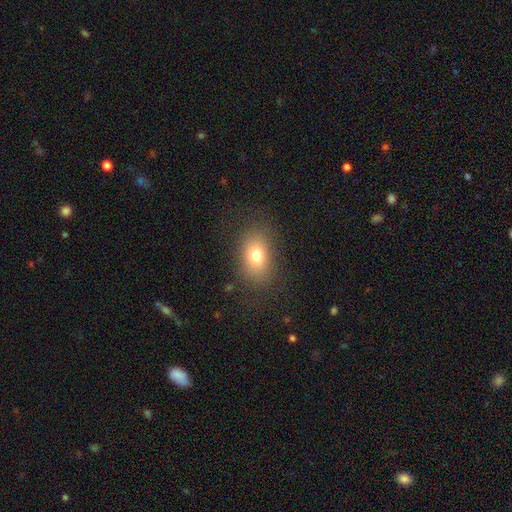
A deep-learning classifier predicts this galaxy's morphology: smooth_or_featured: smooth (p=0.75) [alt: featured or disk p=0.12]
how_rounded: in between (p=0.78) [alt: round p=0.20]
merging: none (p=0.80) [alt: minor disturbance p=0.13]